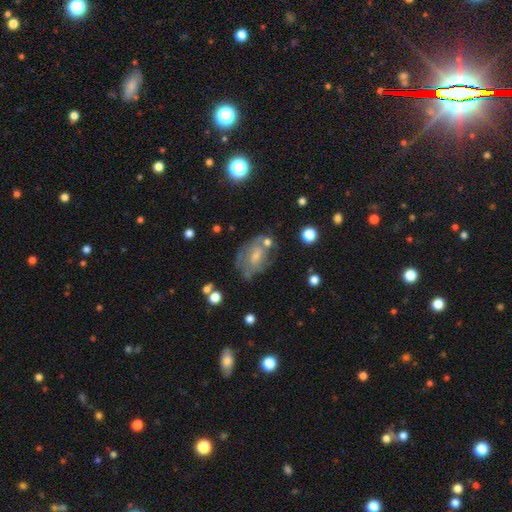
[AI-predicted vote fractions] Morphology: type=featured or disk (56%); edge-on=no (95%); bar=no (55%); spiral arms=yes (52%); bulge=small (46%); merging=none (46%).